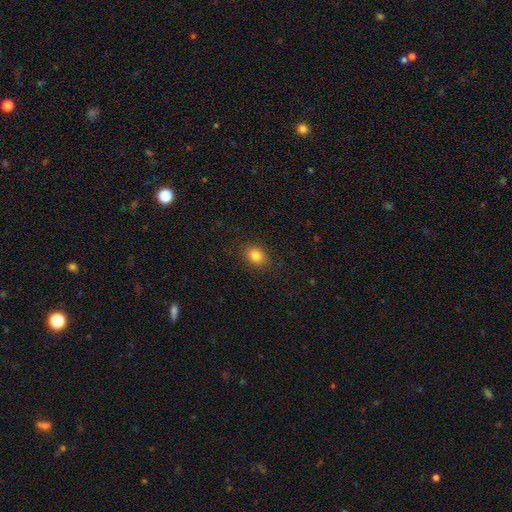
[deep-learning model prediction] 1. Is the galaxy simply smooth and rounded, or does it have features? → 84% smooth, 11% star or artifact, 6% featured or disk.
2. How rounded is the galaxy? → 50% in between, 49% round, 1% cigar-shaped.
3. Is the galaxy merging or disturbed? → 88% none, 8% minor disturbance, 3% major disturbance, 1% merger.